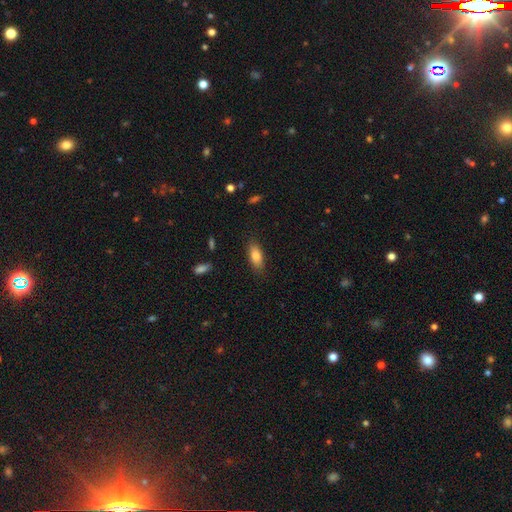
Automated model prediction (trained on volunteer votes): The model was most divided on "how rounded": in between: 80%, cigar-shaped: 17%, round: 3%. More confident: merging — none (84%); smooth or featured — smooth (82%).